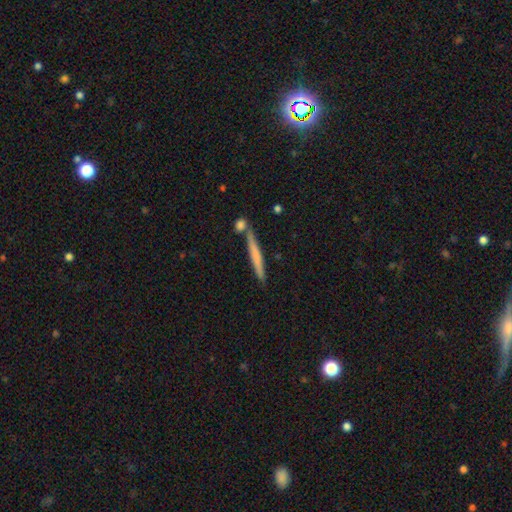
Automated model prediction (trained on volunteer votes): A smooth galaxy with no disk features (57%) that is cigar-shaped (96%). Merging: none (77%).